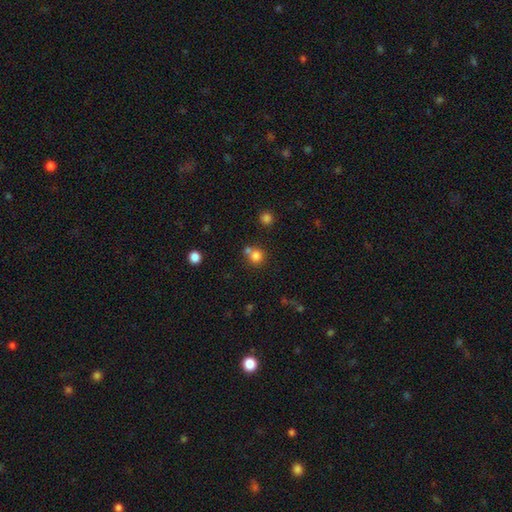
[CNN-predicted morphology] A smooth galaxy with no disk features (78%) that is round (88%). Merging: none (54%).